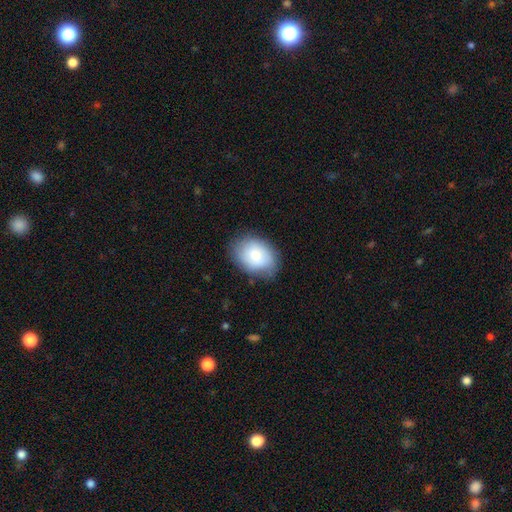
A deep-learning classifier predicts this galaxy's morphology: Smooth or featured? Predicted: smooth (p=0.75). How rounded? Predicted: in between (p=0.71). Merging? Predicted: none (p=0.75).